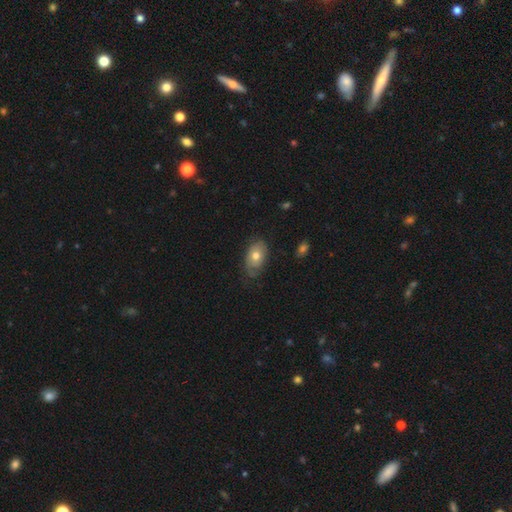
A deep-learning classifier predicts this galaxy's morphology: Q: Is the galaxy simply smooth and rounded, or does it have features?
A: smooth — 59%.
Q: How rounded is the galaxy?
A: in between — 88%.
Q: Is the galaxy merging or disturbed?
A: none — 61%.